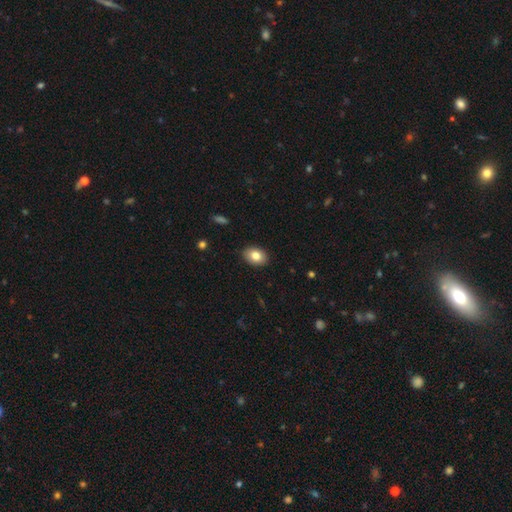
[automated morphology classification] Smooth or featured: smooth — 81% (featured or disk — 11%)
How rounded: in between — 79% (round — 20%)
Merging: none — 89% (minor disturbance — 8%)